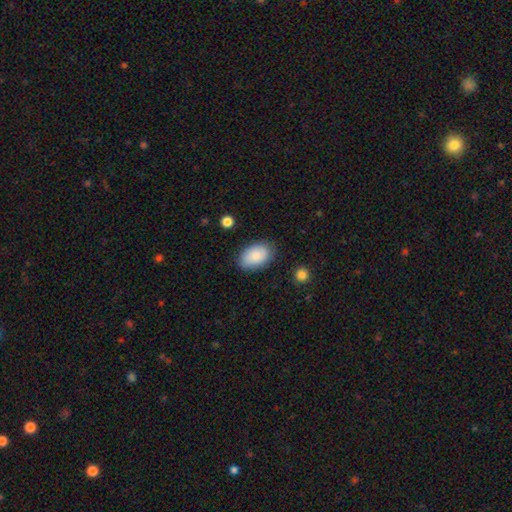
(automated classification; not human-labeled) A smooth galaxy with no disk features (85%) that is in between round and cigar-shaped (91%).

Vote fractions:
- Smooth or featured? smooth: 85% / featured or disk: 9% / star or artifact: 6%
- How rounded? in between: 91% / round: 8% / cigar-shaped: 1%
- Merging? none: 80% / minor disturbance: 15% / major disturbance: 3% / merger: 2%